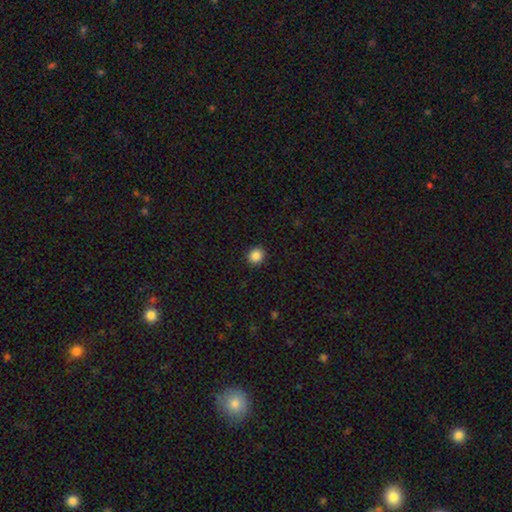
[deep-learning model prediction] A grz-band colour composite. It shows a smooth galaxy with no disk features (86%) that is round (90%). Merging: none (92%).